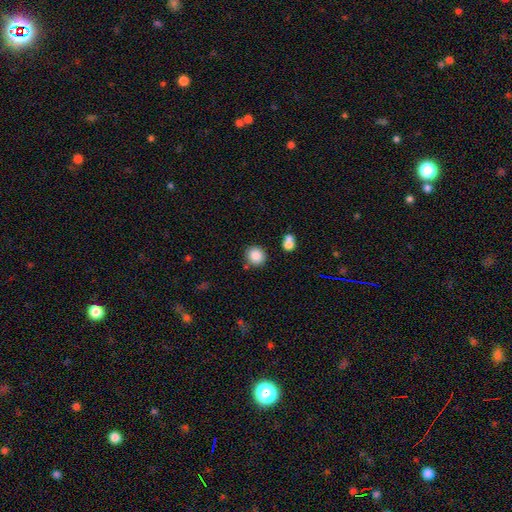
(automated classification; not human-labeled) smooth-or-featured: smooth: 86% | star or artifact: 9% | featured or disk: 5%
  how-rounded: round: 88% | in between: 11% | cigar-shaped: 1%
  merging: none: 82% | minor disturbance: 9% | merger: 7% | major disturbance: 3%